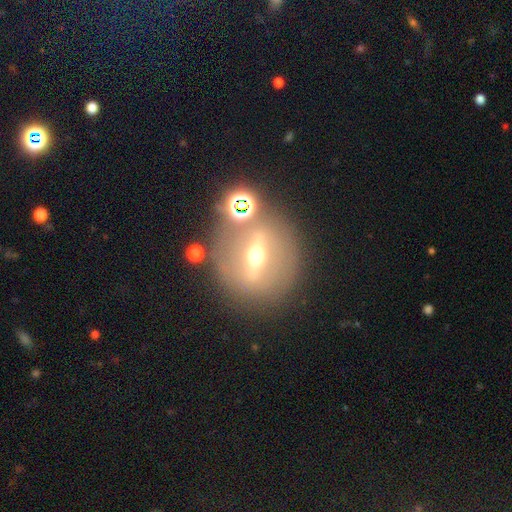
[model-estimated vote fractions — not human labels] smooth-or-featured: featured or disk: 70% | smooth: 18% | star or artifact: 12%
  disk-edge-on: no: 59% | yes: 41%
  merging: none: 77% | minor disturbance: 11% | merger: 7% | major disturbance: 6%